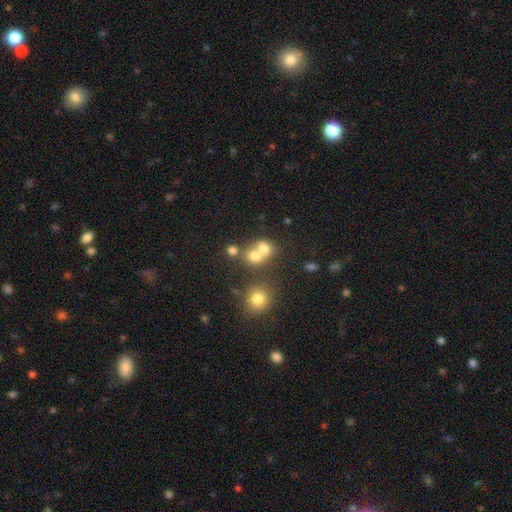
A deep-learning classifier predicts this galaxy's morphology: smooth_or_featured: smooth (p=0.70) [alt: star or artifact p=0.15]
how_rounded: round (p=0.71) [alt: in between p=0.28]
merging: merger (p=0.54) [alt: none p=0.35]